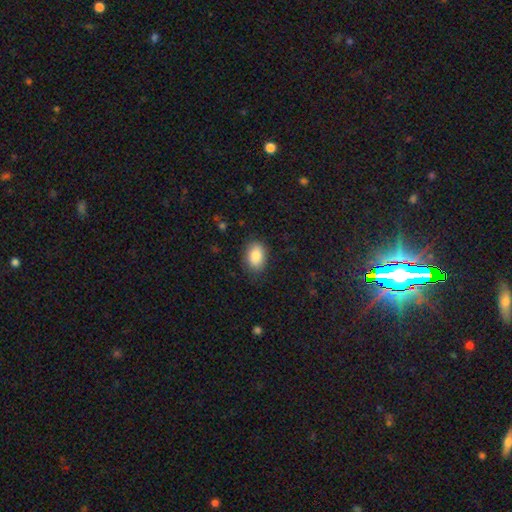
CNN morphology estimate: type=smooth (88%); roundness=in between (85%); merging=none (83%).